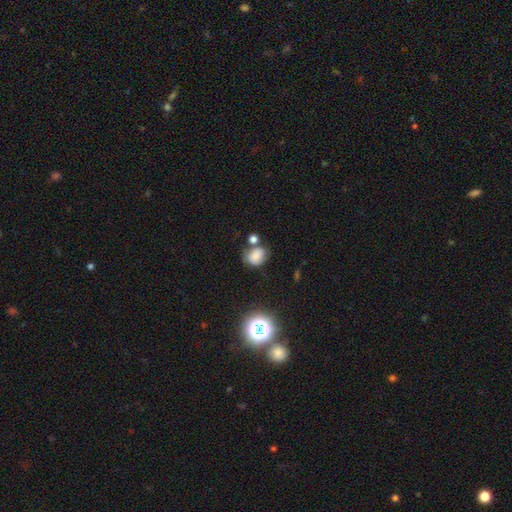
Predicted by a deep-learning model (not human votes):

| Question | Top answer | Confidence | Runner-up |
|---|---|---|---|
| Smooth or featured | smooth | 75% | star or artifact (14%) |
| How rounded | in between | 54% | round (44%) |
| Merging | none | 52% | minor disturbance (21%) |